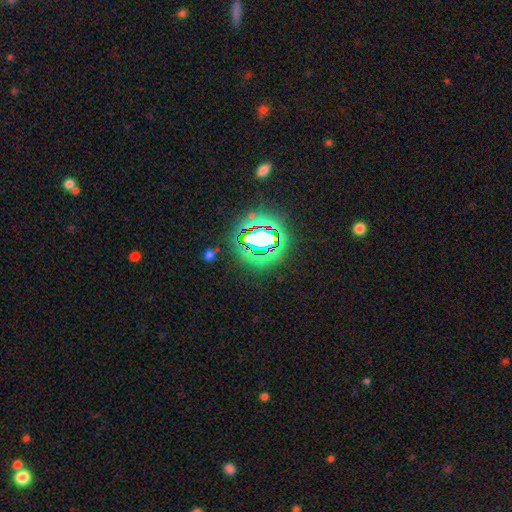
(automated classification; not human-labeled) A star or artifact, not a galaxy (82%).

Vote fractions:
- Smooth or featured? star or artifact: 82% / smooth: 11% / featured or disk: 7%